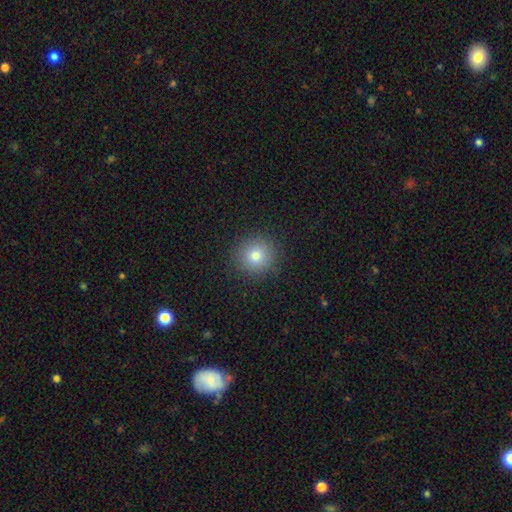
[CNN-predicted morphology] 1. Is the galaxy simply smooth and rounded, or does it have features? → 79% smooth, 13% star or artifact, 8% featured or disk.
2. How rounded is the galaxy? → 93% round, 7% in between, 1% cigar-shaped.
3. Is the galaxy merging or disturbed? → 90% none, 6% minor disturbance, 2% major disturbance, 1% merger.